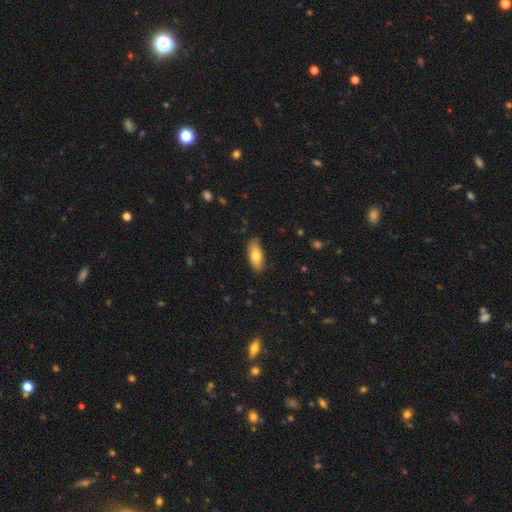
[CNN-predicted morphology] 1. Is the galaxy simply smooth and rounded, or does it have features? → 76% smooth, 18% featured or disk, 6% star or artifact.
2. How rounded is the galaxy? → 81% in between, 17% cigar-shaped, 2% round.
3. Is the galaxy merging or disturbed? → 84% none, 12% minor disturbance, 2% major disturbance, 1% merger.